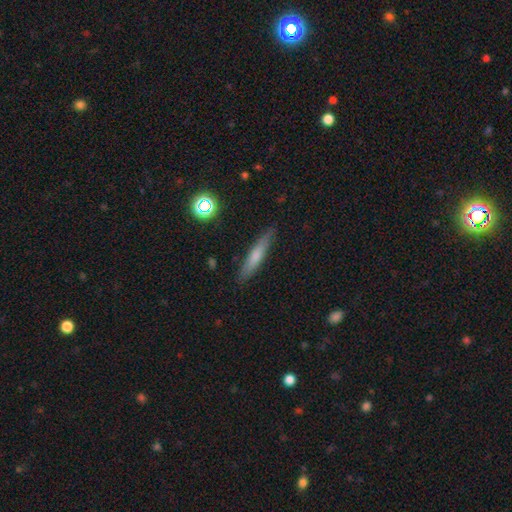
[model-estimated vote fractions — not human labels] Q: Smooth or featured?
A: smooth (59%); runner-up: featured or disk (33%)
Q: How rounded?
A: cigar-shaped (90%); runner-up: in between (8%)
Q: Merging?
A: none (88%); runner-up: minor disturbance (9%)